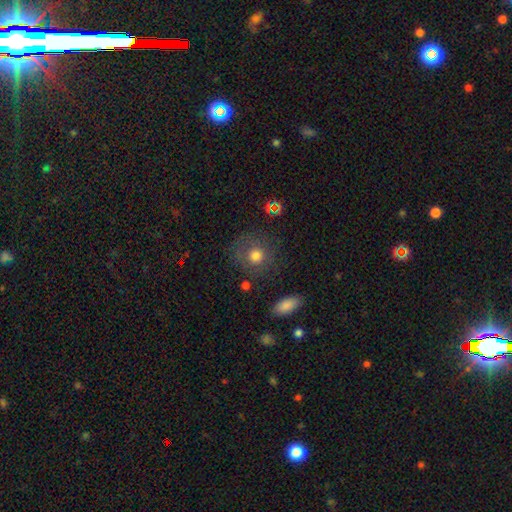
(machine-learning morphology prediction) Overall: smooth (68%). How rounded: round (88%). Merging: none (75%).